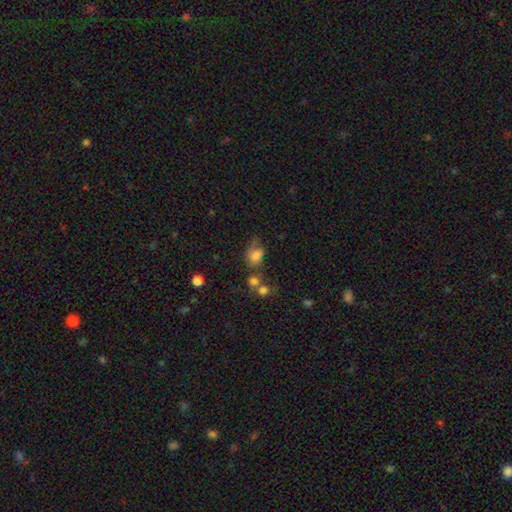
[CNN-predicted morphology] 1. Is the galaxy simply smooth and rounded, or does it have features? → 72% smooth, 15% featured or disk, 13% star or artifact.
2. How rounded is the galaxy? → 71% in between, 27% round, 2% cigar-shaped.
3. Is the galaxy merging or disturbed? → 35% none, 27% minor disturbance, 22% major disturbance, 16% merger.